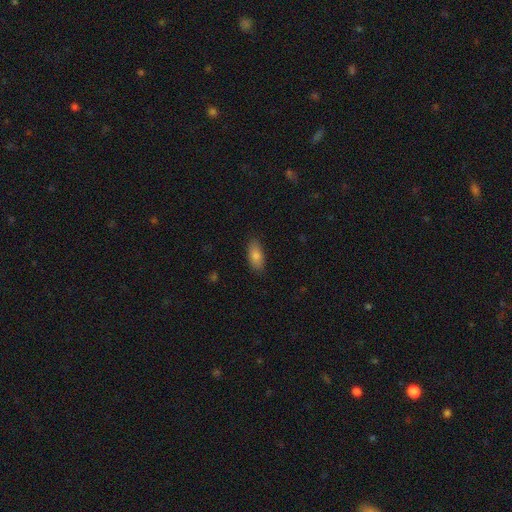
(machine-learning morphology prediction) smooth 82%, featured or disk 10%, star or artifact 7%. Down the decision tree: how rounded — in between (85%); merging — none (87%).